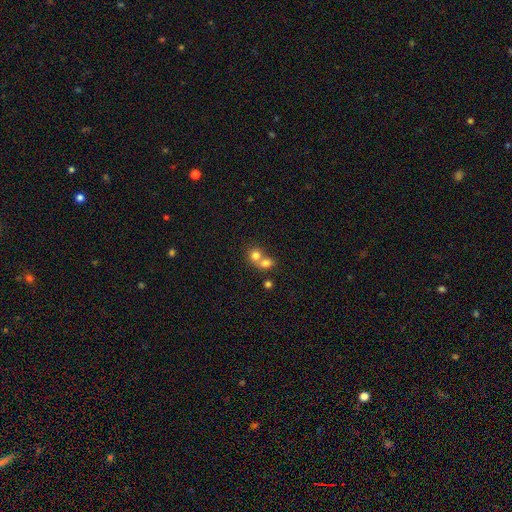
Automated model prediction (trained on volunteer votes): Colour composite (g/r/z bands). It shows a smooth galaxy with no disk features (77%) that is round (74%). Merging: merger (64%).